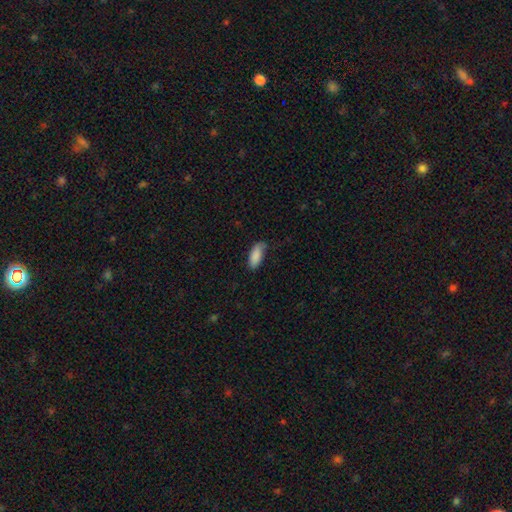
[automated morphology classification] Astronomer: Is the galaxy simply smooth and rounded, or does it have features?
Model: smooth — 88%.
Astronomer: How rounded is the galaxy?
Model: in between — 83%.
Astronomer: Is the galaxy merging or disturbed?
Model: none — 64%.